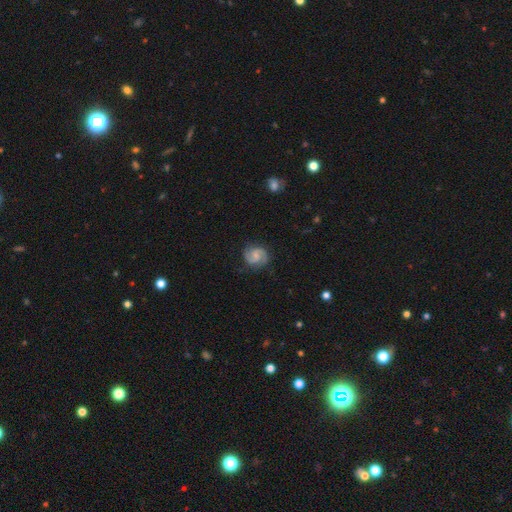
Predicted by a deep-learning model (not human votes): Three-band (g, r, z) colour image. It shows a featured or disk galaxy (82%) with a weak bar (48%), 2 (92%) medium (53%) spiral arms (97%) and a small central bulge (42%). Merging: none (82%).